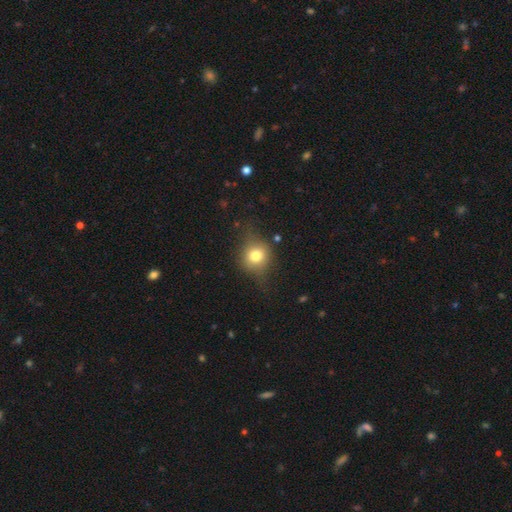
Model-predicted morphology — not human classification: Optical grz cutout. It shows a smooth galaxy with no disk features (71%) that is round (72%). Merging: none (63%).